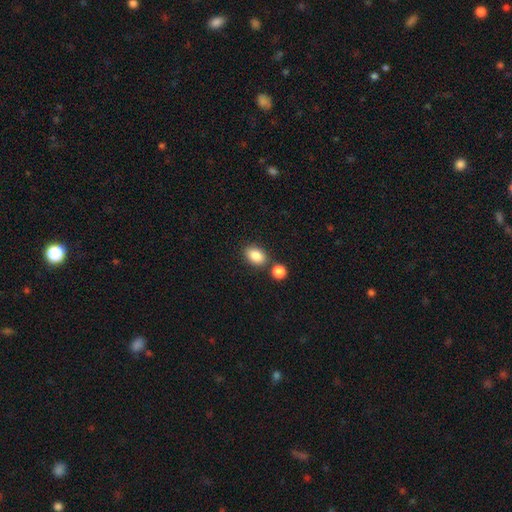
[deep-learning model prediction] This is clearly a smooth galaxy (85%). How rounded: likely in between (80%). Merging: likely none (69%).